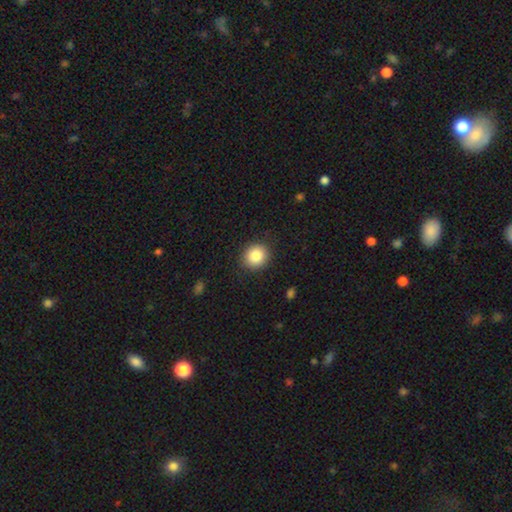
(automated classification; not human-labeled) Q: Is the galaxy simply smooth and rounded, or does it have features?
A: smooth — 86%.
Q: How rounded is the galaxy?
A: round — 84%.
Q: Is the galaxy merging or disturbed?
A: none — 89%.